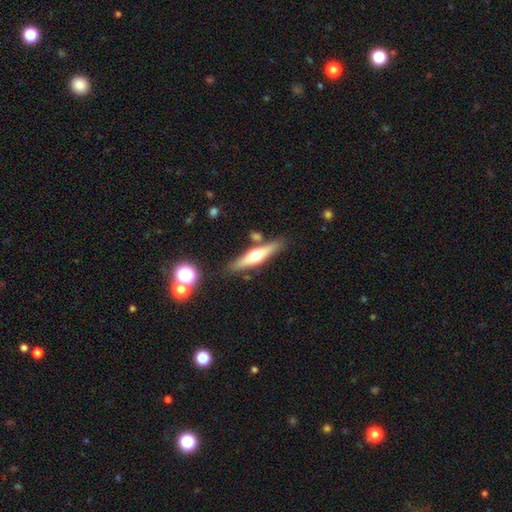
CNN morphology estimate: Q: Smooth or featured?
A: featured or disk (56%); runner-up: smooth (37%)
Q: Edge-on disk?
A: yes (93%); runner-up: no (7%)
Q: Edge-on bulge?
A: rounded (93%); runner-up: boxy (4%)
Q: Merging?
A: none (81%); runner-up: minor disturbance (10%)